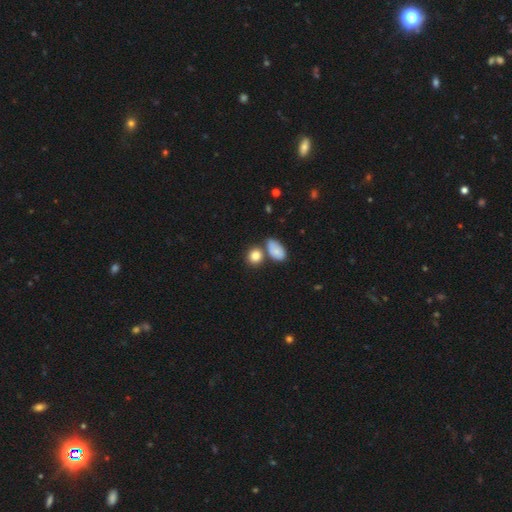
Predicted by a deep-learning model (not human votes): Smooth or featured: smooth — 84% (star or artifact — 9%)
How rounded: round — 66% (in between — 32%)
Merging: none — 60% (merger — 24%)